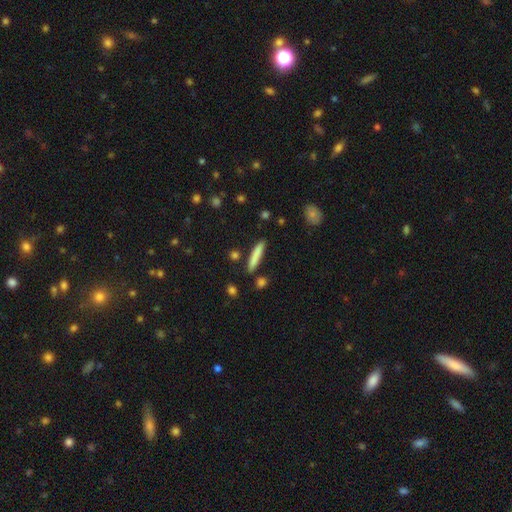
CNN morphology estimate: Smooth or featured? smooth (80%)
How rounded? cigar-shaped (92%)
Merging? none (86%)